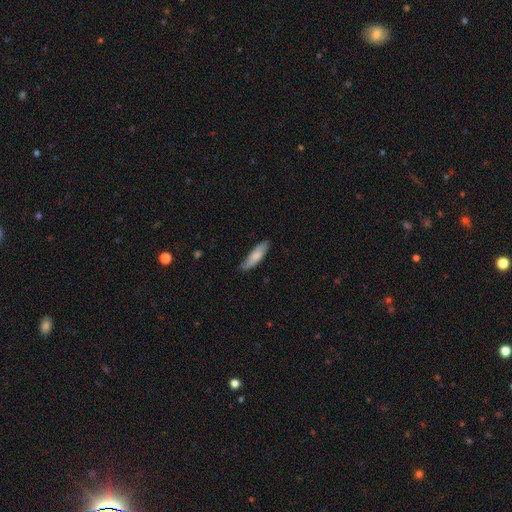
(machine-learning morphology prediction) Smooth or featured: smooth — 77% (featured or disk — 17%)
How rounded: cigar-shaped — 59% (in between — 40%)
Merging: none — 78% (minor disturbance — 18%)